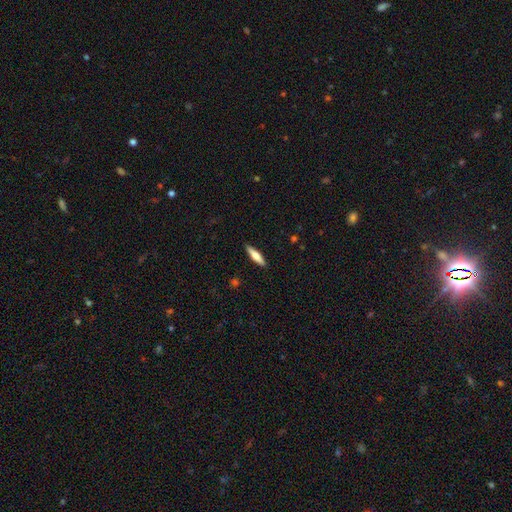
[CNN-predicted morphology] smooth 58%, featured or disk 36%, star or artifact 6%. Down the decision tree: how rounded — cigar-shaped (72%); merging — none (90%).